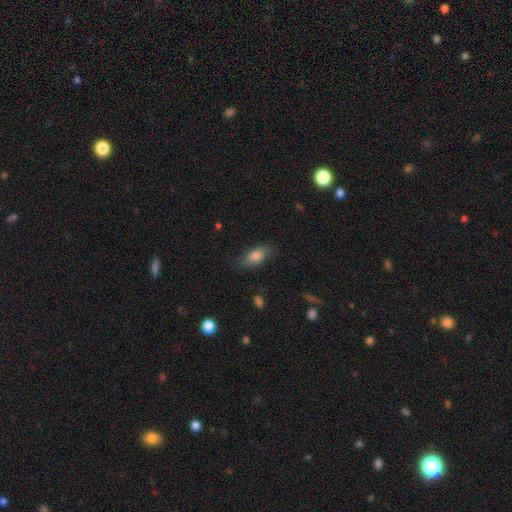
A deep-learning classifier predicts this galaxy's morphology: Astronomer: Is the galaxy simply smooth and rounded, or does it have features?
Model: smooth — 75%.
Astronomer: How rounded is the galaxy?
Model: in between — 84%.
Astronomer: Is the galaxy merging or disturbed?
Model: none — 71%.